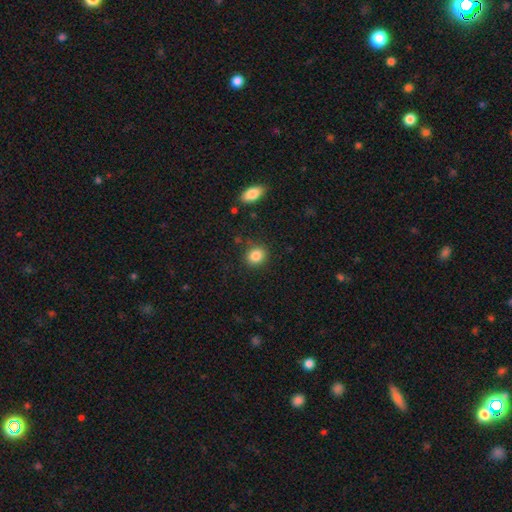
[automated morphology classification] type=smooth (86%); roundness=round (64%); merging=none (85%).